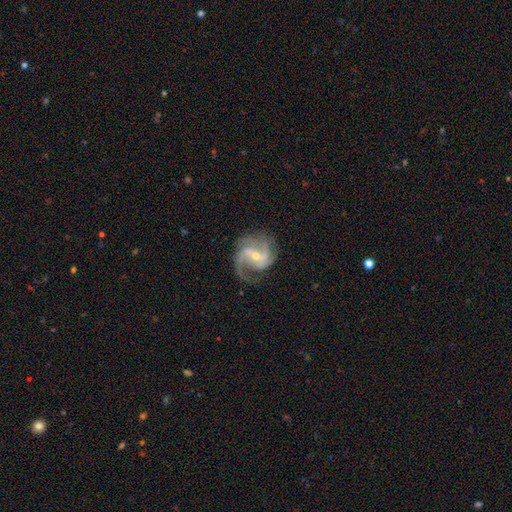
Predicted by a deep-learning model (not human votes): smooth_or_featured: featured or disk (p=0.91) [alt: star or artifact p=0.05]
disk_edge_on: no (p=0.98) [alt: yes p=0.02]
bar: weak (p=0.49) [alt: strong p=0.30]
has_spiral_arms: yes (p=0.98) [alt: no p=0.02]
spiral_winding: medium (p=0.54) [alt: loose p=0.23]
spiral_arm_count: 3 (p=0.38) [tied with: 2 p=0.38]
bulge_size: small (p=0.57) [alt: moderate p=0.39]
merging: none (p=0.69) [alt: minor disturbance p=0.18]